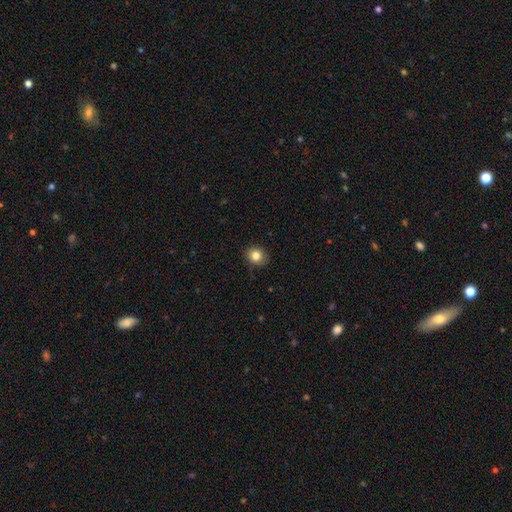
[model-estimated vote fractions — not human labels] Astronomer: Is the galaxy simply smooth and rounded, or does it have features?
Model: smooth — 83%.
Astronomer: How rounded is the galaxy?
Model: round — 76%.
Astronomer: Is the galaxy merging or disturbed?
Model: none — 87%.